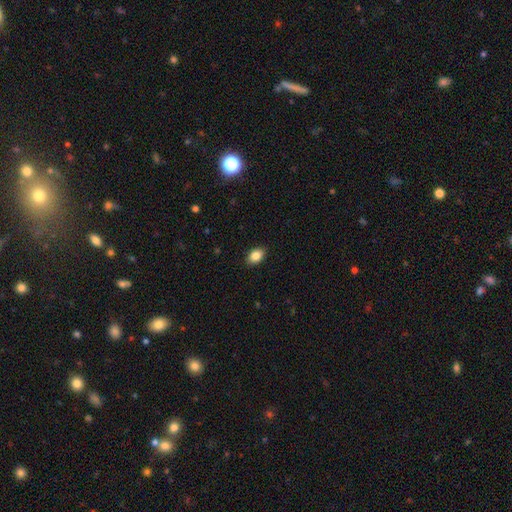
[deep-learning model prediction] Morphology: type=smooth (86%); roundness=in between (84%); merging=none (89%).